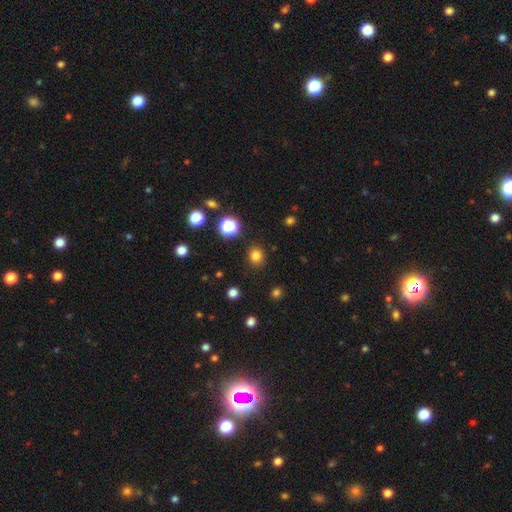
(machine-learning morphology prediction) smooth 80%, star or artifact 15%, featured or disk 5%. Down the decision tree: how rounded — round (77%); merging — none (88%).